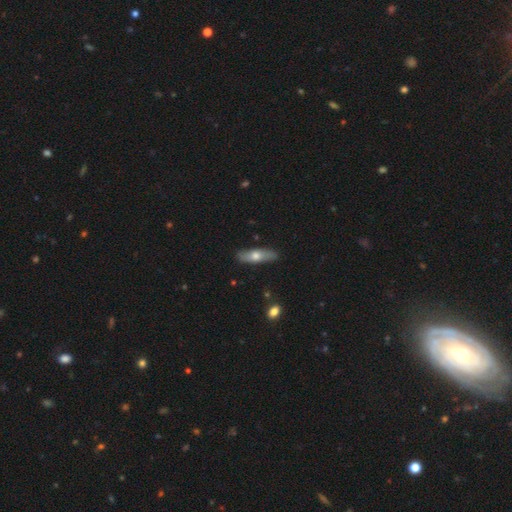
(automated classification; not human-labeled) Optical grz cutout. It shows a smooth galaxy with no disk features (58%) that is cigar-shaped (57%). Merging: none (87%).